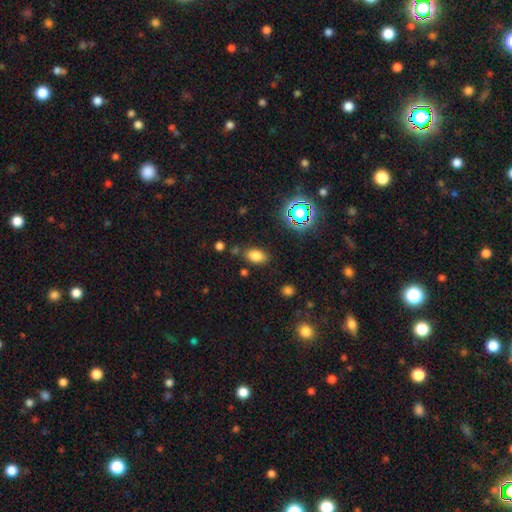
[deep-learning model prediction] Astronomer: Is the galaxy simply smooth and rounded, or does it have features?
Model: smooth — 77%.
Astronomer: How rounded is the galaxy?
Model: in between — 87%.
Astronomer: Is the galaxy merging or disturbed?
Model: none — 79%.